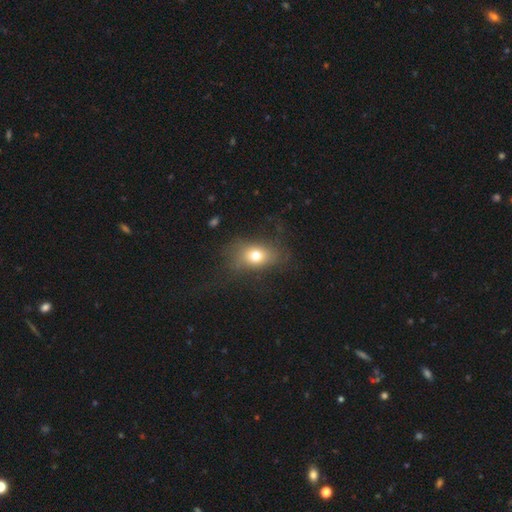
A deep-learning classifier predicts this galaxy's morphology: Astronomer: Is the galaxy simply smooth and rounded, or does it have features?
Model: smooth — 69%.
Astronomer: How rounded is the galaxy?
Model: in between — 66%.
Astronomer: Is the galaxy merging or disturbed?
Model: none — 63%.